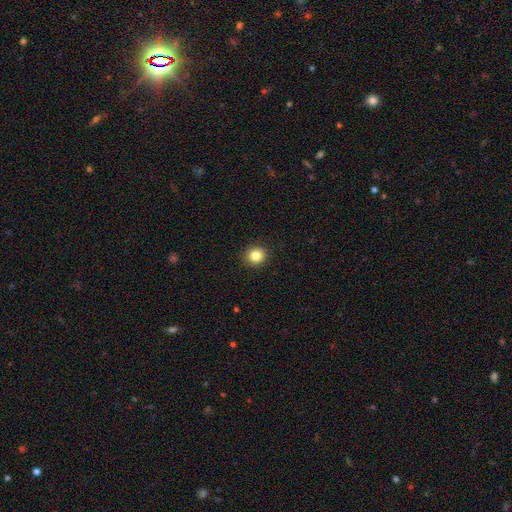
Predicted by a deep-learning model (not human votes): smooth 83%, star or artifact 12%, featured or disk 6%. Down the decision tree: how rounded — round (91%); merging — none (92%).